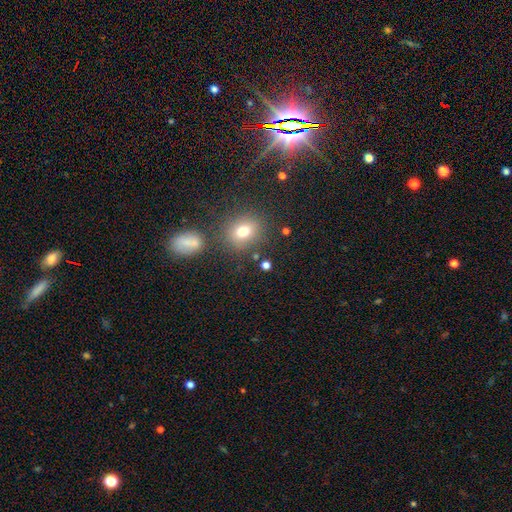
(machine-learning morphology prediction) A smooth galaxy with no disk features (61%) that is round (64%). Merging: none (79%).